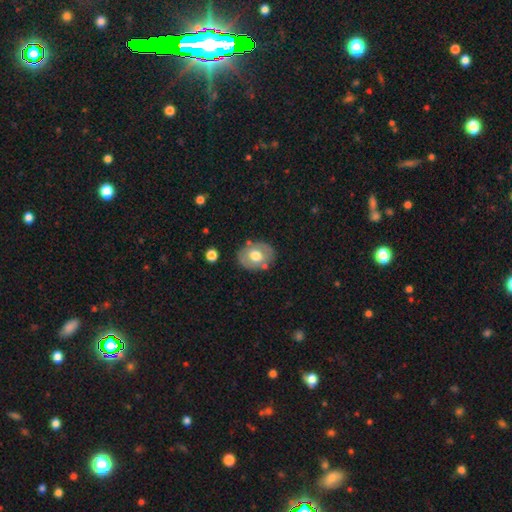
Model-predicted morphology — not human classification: This appears to be a smooth galaxy with no disk features (57%) that is in between round and cigar-shaped (58%). Merging: none (77%).